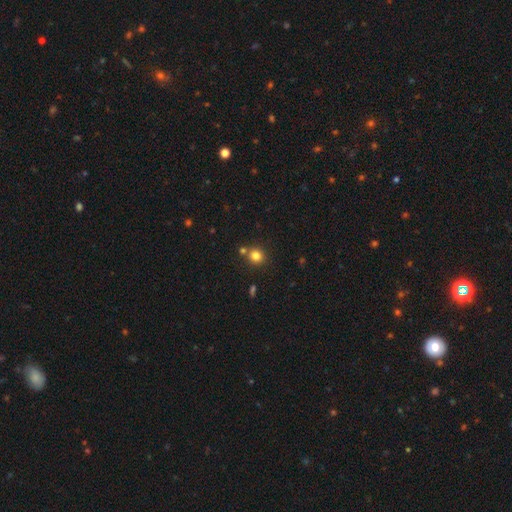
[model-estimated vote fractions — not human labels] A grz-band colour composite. It shows a smooth galaxy with no disk features (81%) that is round (84%). Merging: none (74%).